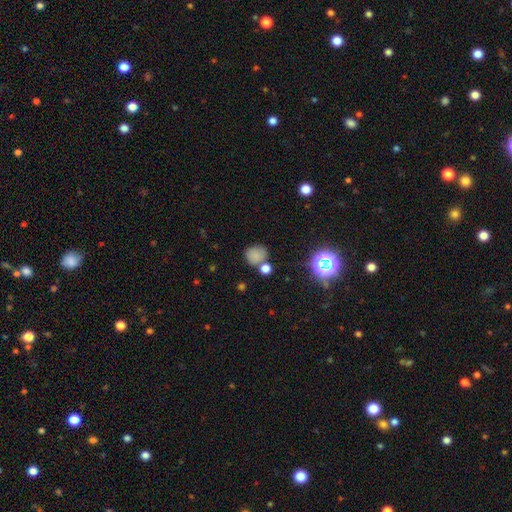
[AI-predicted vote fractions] Smooth or featured?
  - smooth: 75% *
  - star or artifact: 18%
  - featured or disk: 7%
How rounded?
  - round: 73% *
  - in between: 25%
  - cigar-shaped: 1%
Merging?
  - none: 63% *
  - merger: 18%
  - minor disturbance: 13%
  - major disturbance: 5%